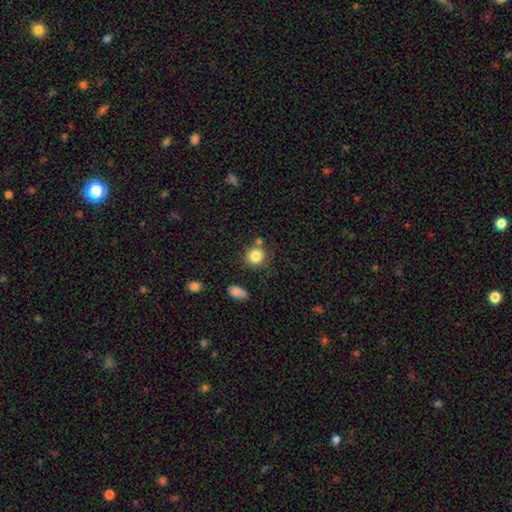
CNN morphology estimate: smooth_or_featured: smooth (p=0.84) [alt: star or artifact p=0.10]
how_rounded: round (p=0.86) [alt: in between p=0.13]
merging: none (p=0.71) [alt: merger p=0.13]